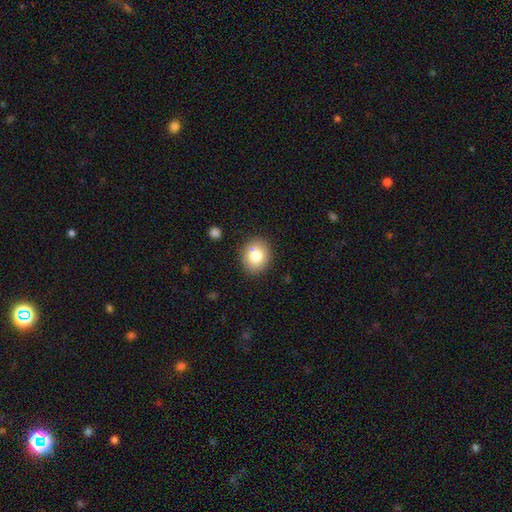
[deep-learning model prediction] Smooth or featured?
  - smooth: 81% *
  - featured or disk: 10%
  - star or artifact: 9%
How rounded?
  - round: 64% *
  - in between: 35%
  - cigar-shaped: 1%
Merging?
  - none: 87% *
  - minor disturbance: 9%
  - major disturbance: 2%
  - merger: 2%